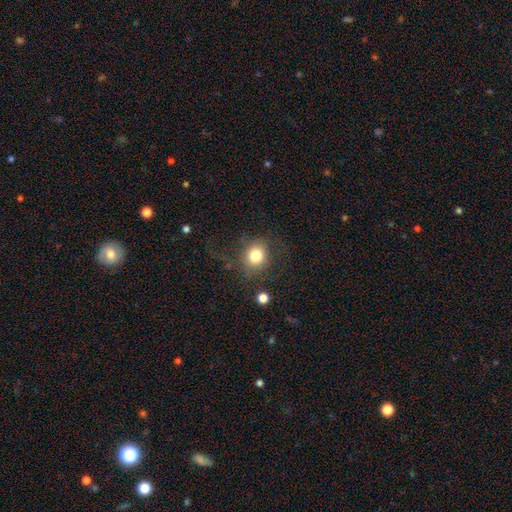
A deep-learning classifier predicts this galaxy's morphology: type=smooth (78%); roundness=round (78%); merging=none (72%).